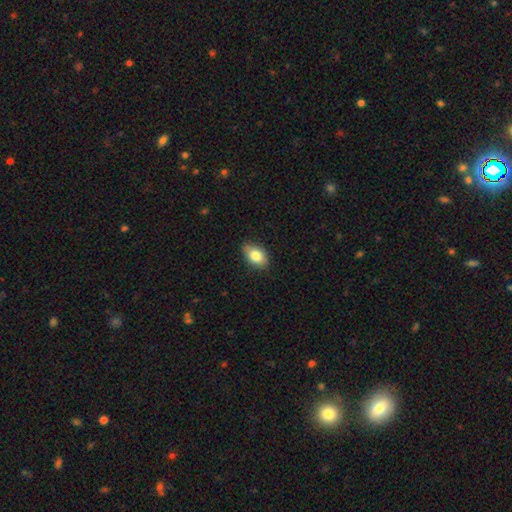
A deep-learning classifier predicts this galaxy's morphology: Smooth or featured? Predicted: smooth (p=0.82). How rounded? Predicted: in between (p=0.88). Merging? Predicted: none (p=0.83).